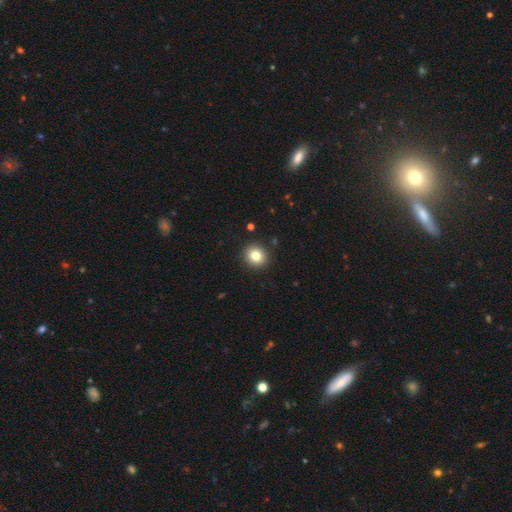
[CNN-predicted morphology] The model was most divided on "how rounded": round: 83%, in between: 16%, cigar-shaped: 1%. More confident: merging — none (91%); smooth or featured — smooth (81%).